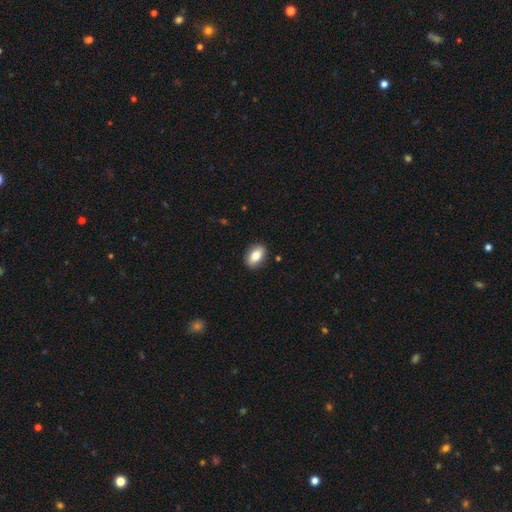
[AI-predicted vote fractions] This appears to be a smooth galaxy with no disk features (79%) that is in between round and cigar-shaped (86%). Merging: none (89%).